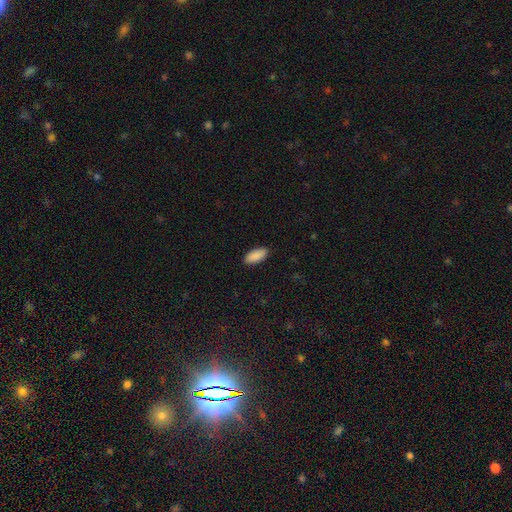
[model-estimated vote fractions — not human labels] Morphology: type=smooth (91%); roundness=in between (90%); merging=none (90%).